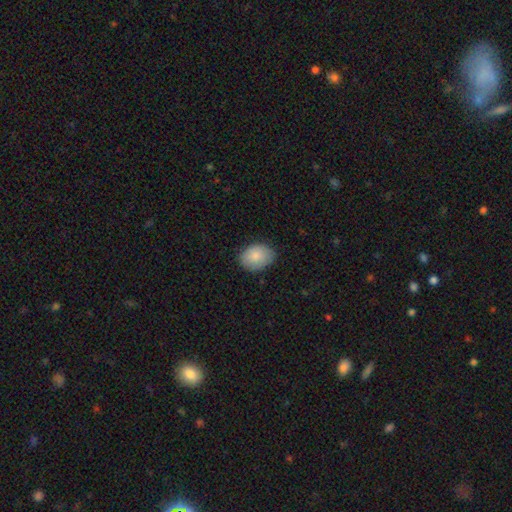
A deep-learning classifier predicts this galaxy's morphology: smooth 85%, featured or disk 8%, star or artifact 7%. Down the decision tree: how rounded — in between (70%); merging — none (79%).